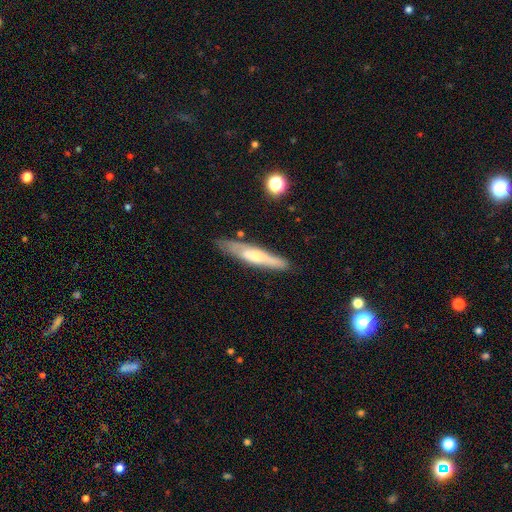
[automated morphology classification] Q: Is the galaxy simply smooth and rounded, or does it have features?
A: featured or disk — 48%.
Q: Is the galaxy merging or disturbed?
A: none — 78%.